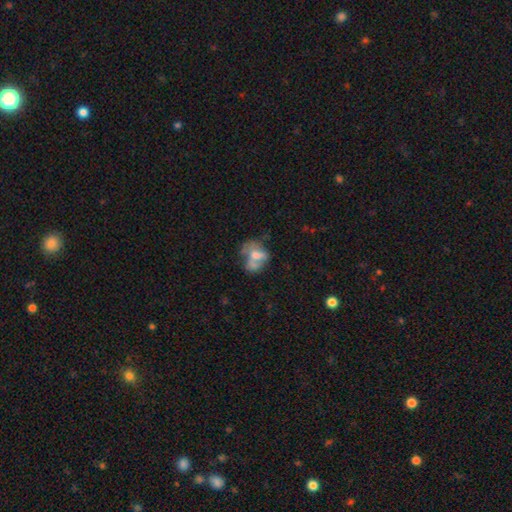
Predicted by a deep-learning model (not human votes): smooth-or-featured: smooth: 47% | featured or disk: 41% | star or artifact: 12%
  merging: merger: 32% | none: 27% | major disturbance: 23% | minor disturbance: 18%